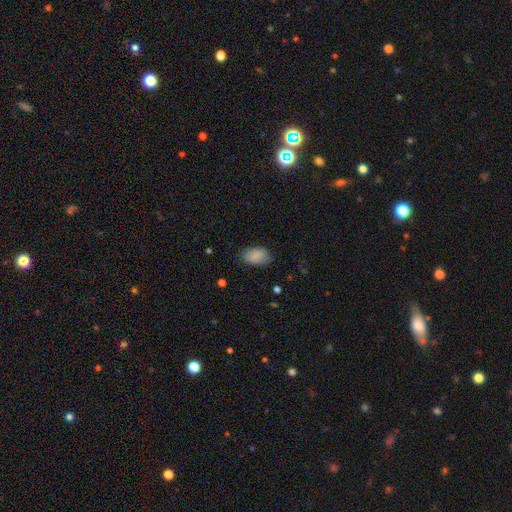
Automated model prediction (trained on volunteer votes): Smooth or featured: smooth — 87% (star or artifact — 7%)
How rounded: in between — 89% (round — 9%)
Merging: none — 80% (minor disturbance — 15%)